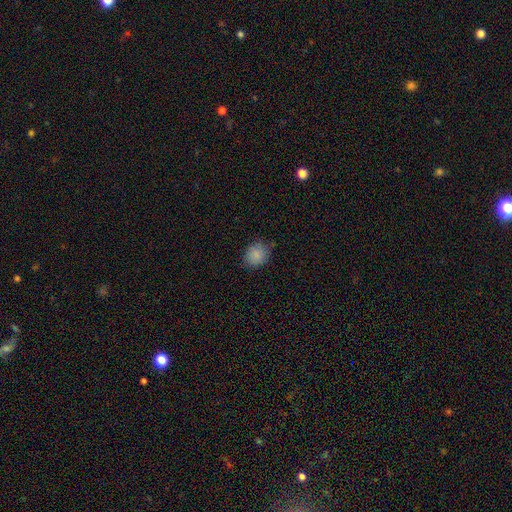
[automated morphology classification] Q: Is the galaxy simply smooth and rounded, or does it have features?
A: smooth — 86%.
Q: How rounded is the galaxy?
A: round — 68%.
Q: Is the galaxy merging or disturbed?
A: none — 77%.